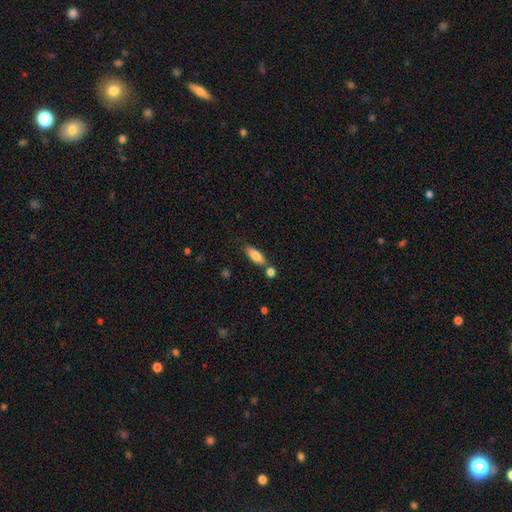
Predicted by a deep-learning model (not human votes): A smooth galaxy with no disk features (78%) that is in between round and cigar-shaped (56%).

Vote fractions:
- Smooth or featured? smooth: 78% / featured or disk: 15% / star or artifact: 7%
- How rounded? in between: 56% / cigar-shaped: 42% / round: 2%
- Merging? none: 68% / merger: 15% / minor disturbance: 13% / major disturbance: 3%